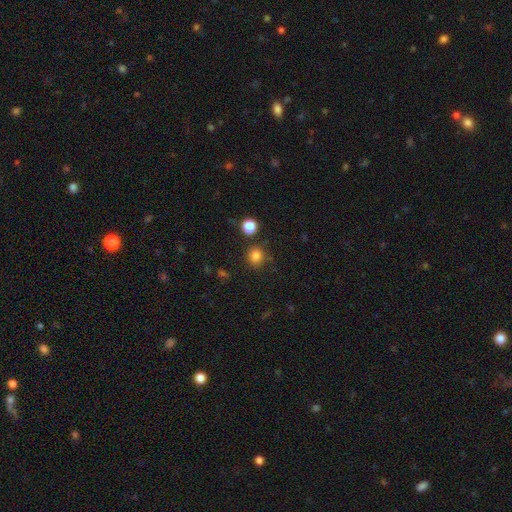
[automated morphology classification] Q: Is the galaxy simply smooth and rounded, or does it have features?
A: smooth — 82%.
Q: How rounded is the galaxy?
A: round — 84%.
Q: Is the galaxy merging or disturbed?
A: none — 80%.